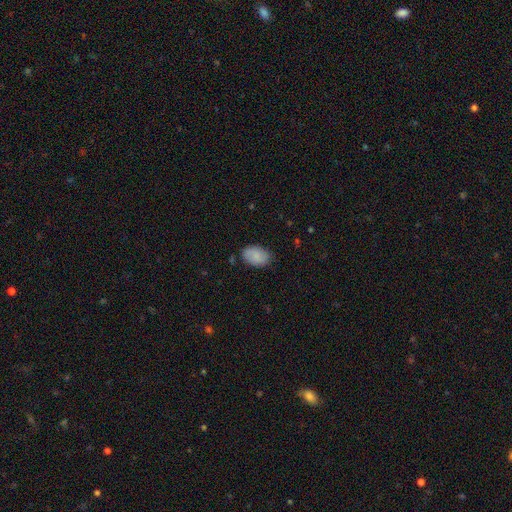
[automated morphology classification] The model was most divided on "merging": none: 80%, minor disturbance: 15%, major disturbance: 3%, merger: 1%. More confident: how rounded — in between (90%); smooth or featured — smooth (81%).